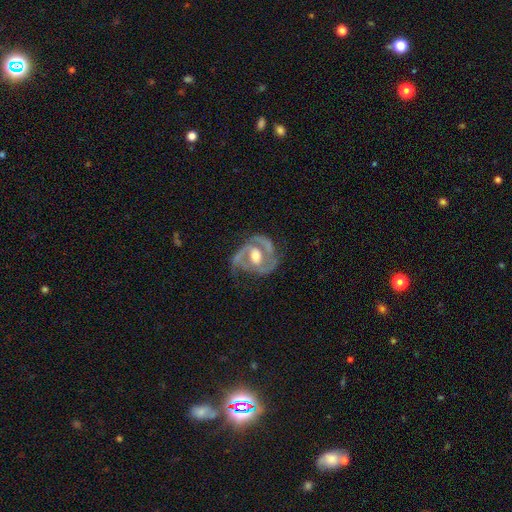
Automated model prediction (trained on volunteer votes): This appears to be a featured or disk galaxy (87%) with no bar (41%), 2 (68%) medium (48%) spiral arms (91%) and a moderate central bulge (69%). Merging: none (58%).